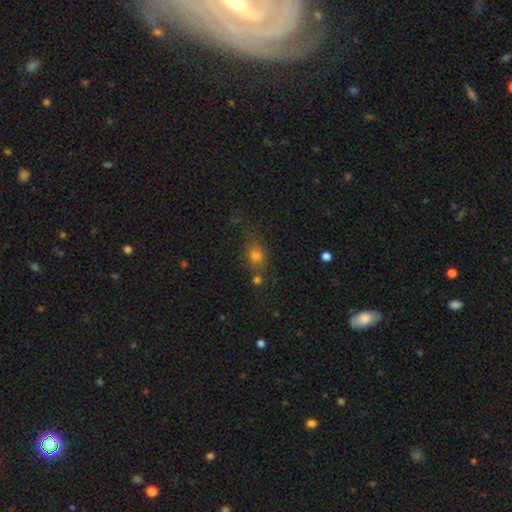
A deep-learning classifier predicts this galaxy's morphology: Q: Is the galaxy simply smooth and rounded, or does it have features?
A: smooth — 72%.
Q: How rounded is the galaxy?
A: round — 50%.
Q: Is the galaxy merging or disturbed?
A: none — 57%.